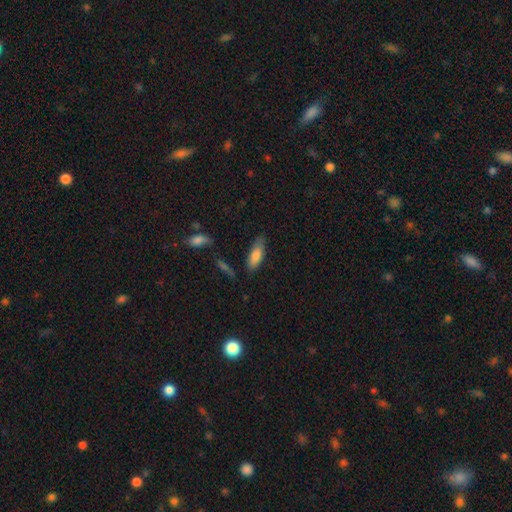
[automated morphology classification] smooth 81%, featured or disk 13%, star or artifact 6%. Down the decision tree: how rounded — in between (64%); merging — none (74%).